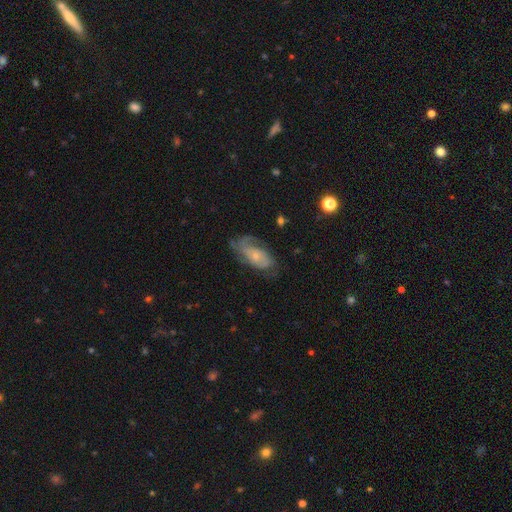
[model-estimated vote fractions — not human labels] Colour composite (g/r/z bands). It shows a featured or disk galaxy (67%) with no bar (74%), 2 (43%) medium (39%, tied with tight) spiral arms (85%) and a small central bulge (66%). Merging: none (54%).